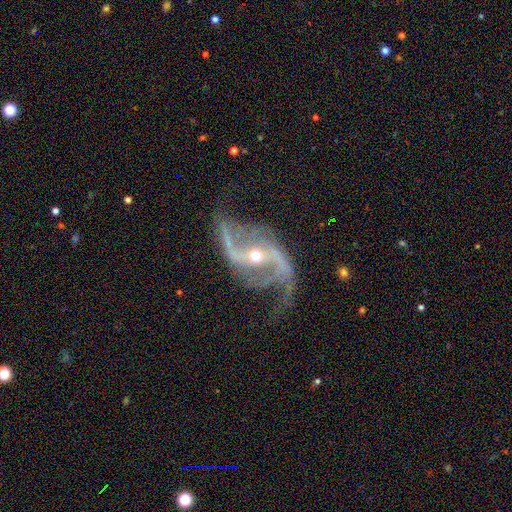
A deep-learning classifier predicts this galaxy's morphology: This is clearly a featured or disk galaxy (92%). It is clearly not viewed edge-on (97%). Bar: possibly strong (51%). Spiral arm pattern: clearly yes (98%). Spiral arm count: clearly 2 (92%). Spiral winding: likely loose (75%). Central bulge: possibly small (56%). Merging: likely none (63%).